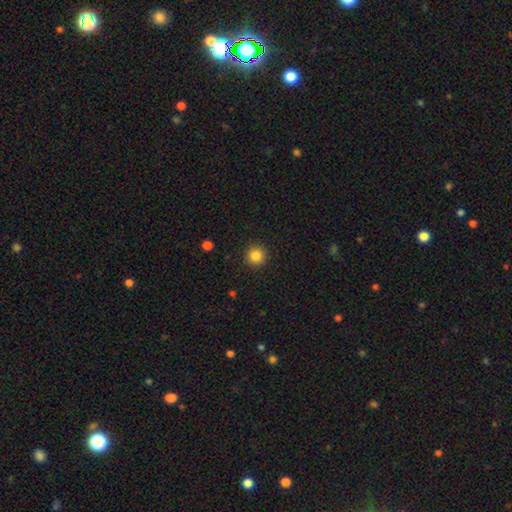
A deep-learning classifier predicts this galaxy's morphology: smooth 85%, star or artifact 11%, featured or disk 4%. Down the decision tree: how rounded — round (95%); merging — none (92%).